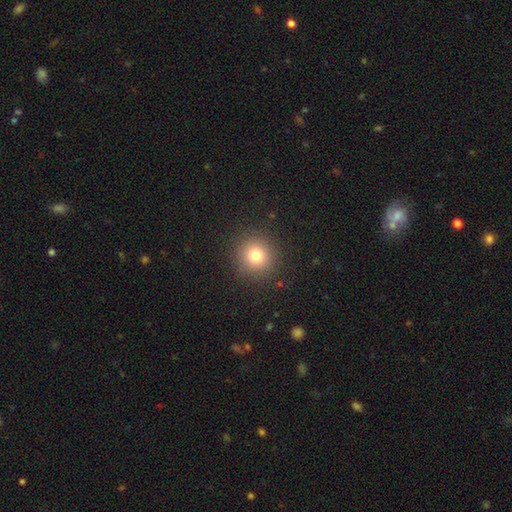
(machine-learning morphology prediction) A smooth galaxy with no disk features (78%) that is round (93%). Merging: none (90%).